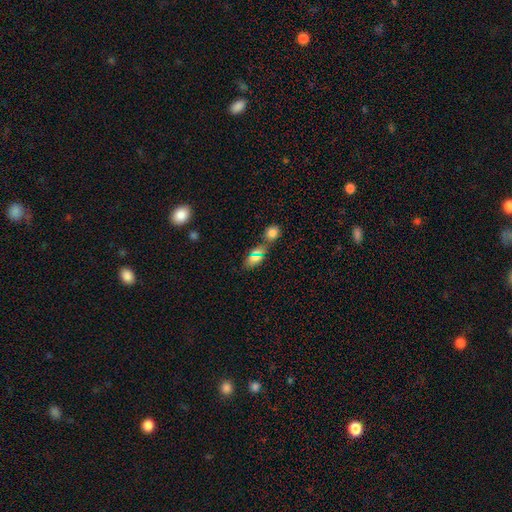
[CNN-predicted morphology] A smooth galaxy with no disk features (64%) that is in between round and cigar-shaped (80%). Merging: none (71%).